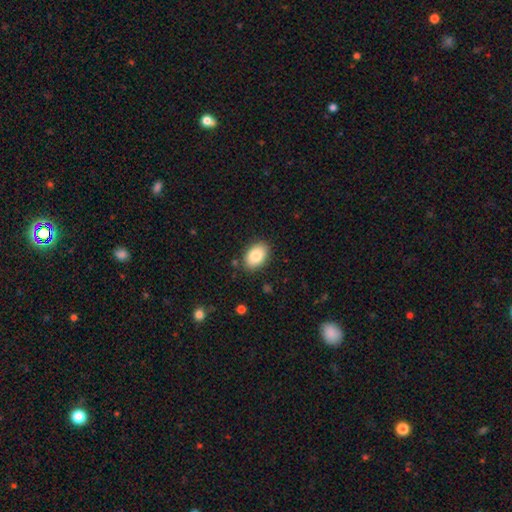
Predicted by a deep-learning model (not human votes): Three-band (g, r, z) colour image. It shows a smooth galaxy with no disk features (84%) that is in between round and cigar-shaped (88%). Merging: none (86%).